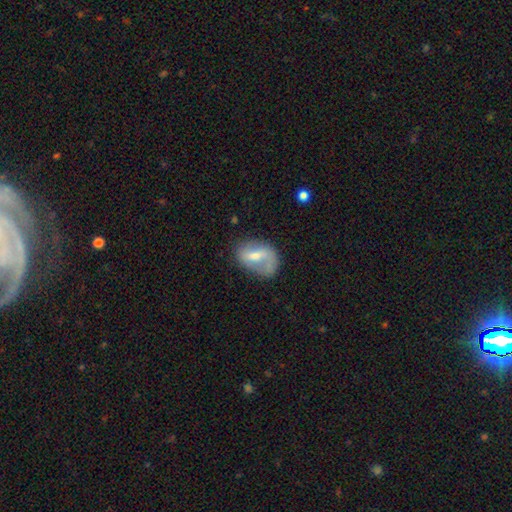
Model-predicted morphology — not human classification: Smooth or featured?
  - featured or disk: 48% *
  - smooth: 45%
  - star or artifact: 7%
Merging?
  - none: 54% *
  - minor disturbance: 28%
  - major disturbance: 15%
  - merger: 3%